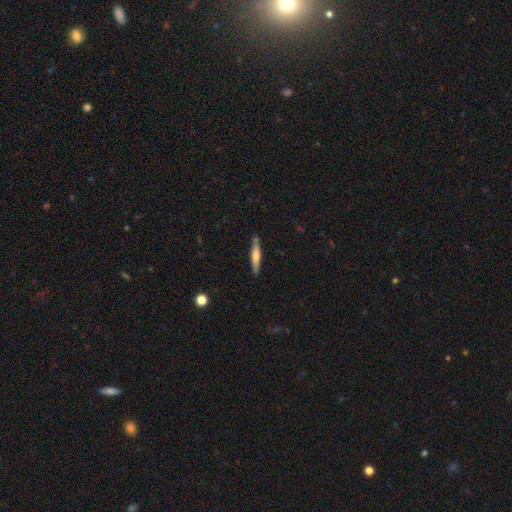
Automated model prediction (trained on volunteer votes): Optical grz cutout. It shows a smooth galaxy with no disk features (55%) that is cigar-shaped (90%). Merging: none (84%).